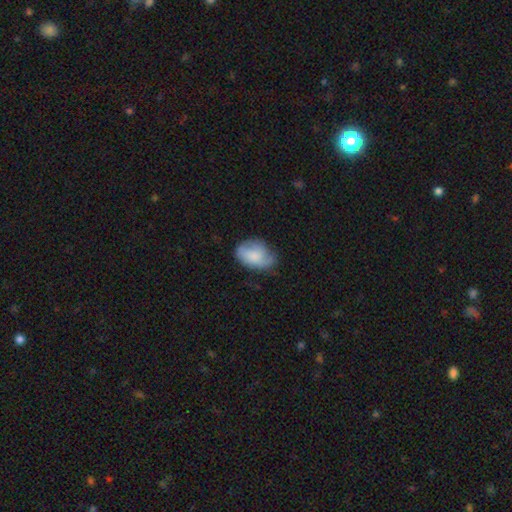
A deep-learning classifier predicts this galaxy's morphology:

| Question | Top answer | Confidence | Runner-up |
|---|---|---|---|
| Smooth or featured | smooth | 72% | featured or disk (21%) |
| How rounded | in between | 85% | round (14%) |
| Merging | none | 52% | minor disturbance (34%) |